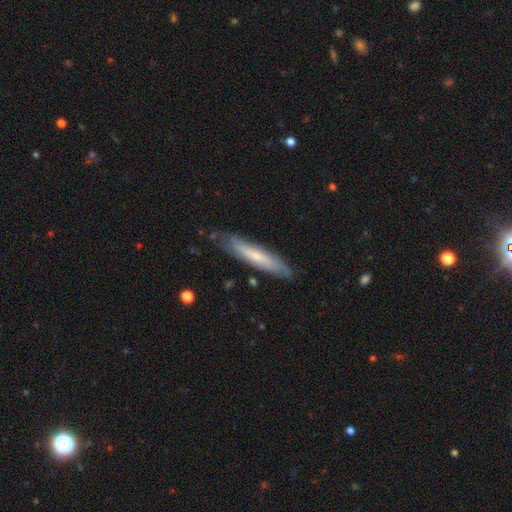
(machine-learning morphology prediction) smooth_or_featured: smooth (p=0.53) [alt: featured or disk p=0.41]
how_rounded: cigar-shaped (p=0.88) [alt: in between p=0.11]
merging: none (p=0.77) [alt: minor disturbance p=0.18]